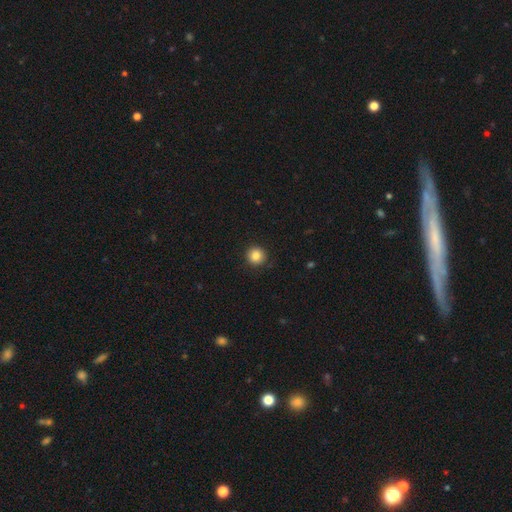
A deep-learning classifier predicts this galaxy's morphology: This is clearly a smooth galaxy (85%). How rounded: clearly round (94%). Merging: clearly none (91%).